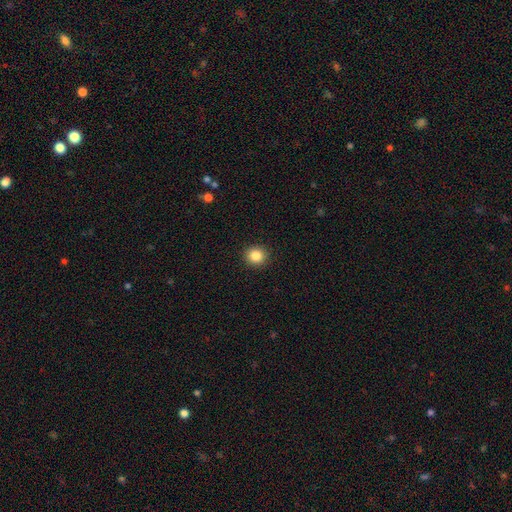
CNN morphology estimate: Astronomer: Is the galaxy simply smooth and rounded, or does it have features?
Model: smooth — 86%.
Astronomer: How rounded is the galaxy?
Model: round — 91%.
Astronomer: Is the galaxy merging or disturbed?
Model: none — 92%.